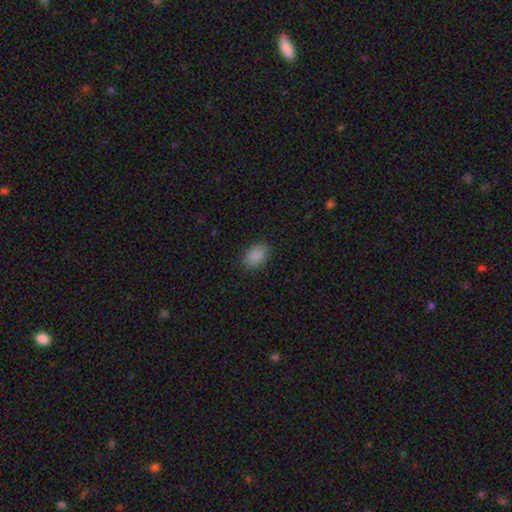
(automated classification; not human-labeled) smooth-or-featured: smooth: 89% | star or artifact: 8% | featured or disk: 3%
  how-rounded: in between: 83% | round: 16% | cigar-shaped: 1%
  merging: none: 86% | minor disturbance: 11% | major disturbance: 3% | merger: 1%